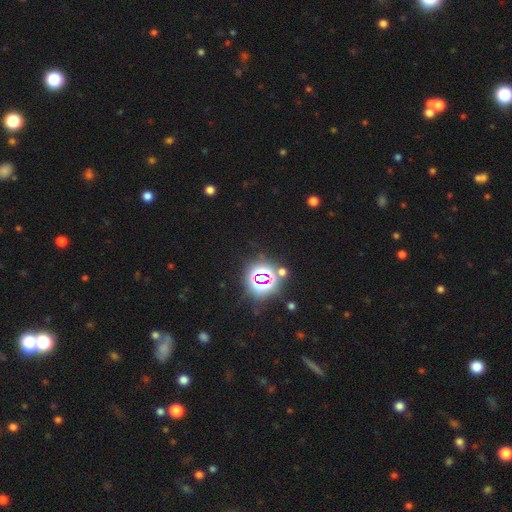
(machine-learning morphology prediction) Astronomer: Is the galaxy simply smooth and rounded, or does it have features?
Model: star or artifact — 81%.